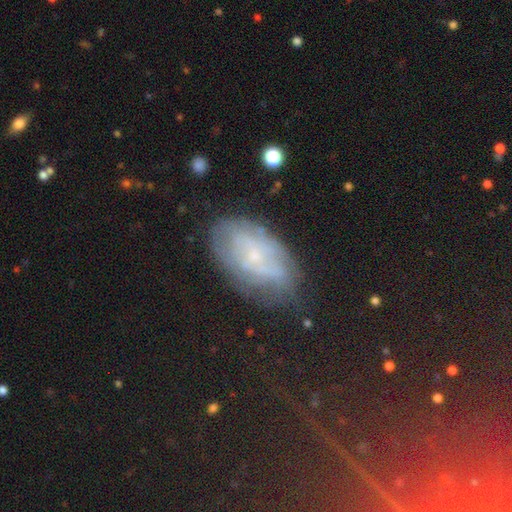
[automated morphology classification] This is possibly a featured or disk galaxy (52%). It is clearly not viewed edge-on (92%). Merging: likely none (65%).